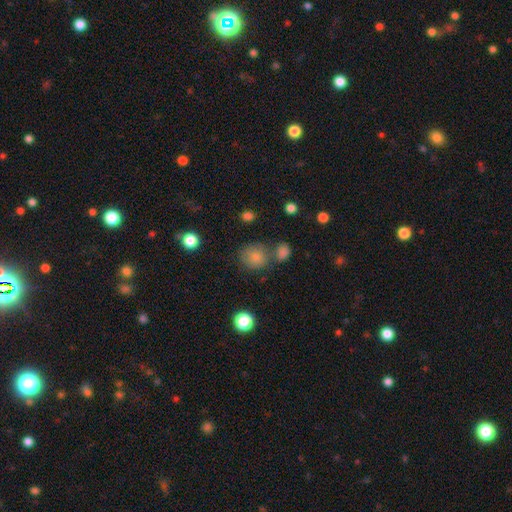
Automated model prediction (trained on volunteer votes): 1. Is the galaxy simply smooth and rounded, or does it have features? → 73% smooth, 18% star or artifact, 9% featured or disk.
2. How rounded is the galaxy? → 84% round, 15% in between, 1% cigar-shaped.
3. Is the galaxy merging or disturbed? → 69% none, 16% merger, 11% minor disturbance, 4% major disturbance.